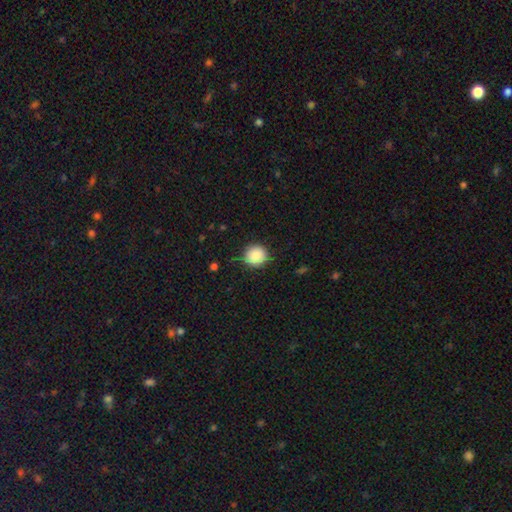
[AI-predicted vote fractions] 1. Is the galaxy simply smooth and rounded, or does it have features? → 88% smooth, 8% star or artifact, 4% featured or disk.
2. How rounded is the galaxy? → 92% round, 7% in between, 1% cigar-shaped.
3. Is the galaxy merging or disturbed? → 83% none, 13% minor disturbance, 3% major disturbance, 1% merger.